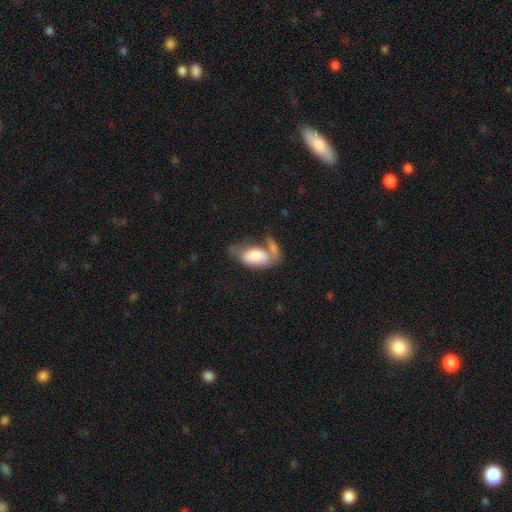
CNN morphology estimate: Q: Smooth or featured?
A: smooth (75%); runner-up: featured or disk (19%)
Q: How rounded?
A: in between (93%); runner-up: round (4%)
Q: Merging?
A: merger (44%); runner-up: none (22%)